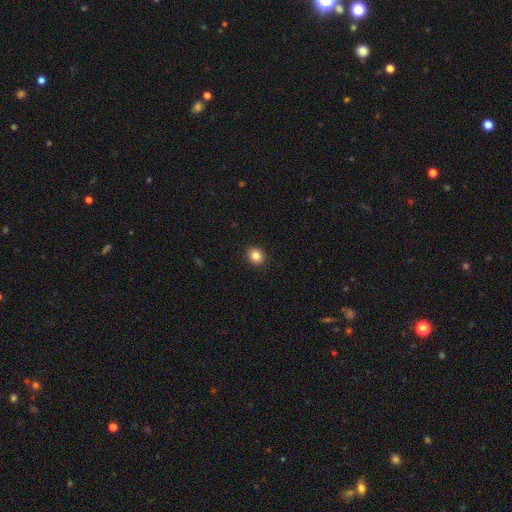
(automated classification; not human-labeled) smooth_or_featured: smooth (p=0.85) [alt: star or artifact p=0.10]
how_rounded: round (p=0.82) [alt: in between p=0.17]
merging: none (p=0.93) [alt: minor disturbance p=0.05]